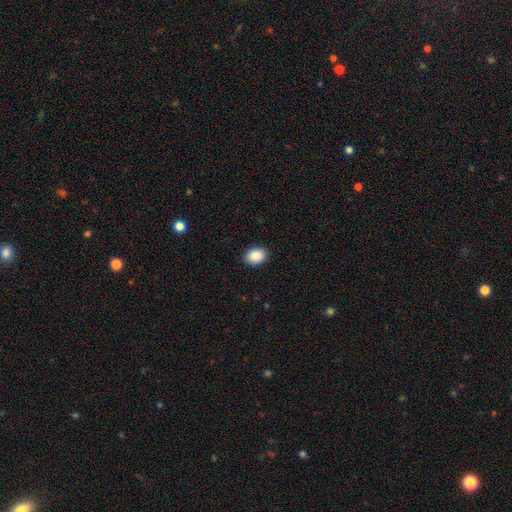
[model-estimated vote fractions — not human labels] This appears to be a smooth galaxy with no disk features (88%) that is in between round and cigar-shaped (73%). Merging: none (91%).